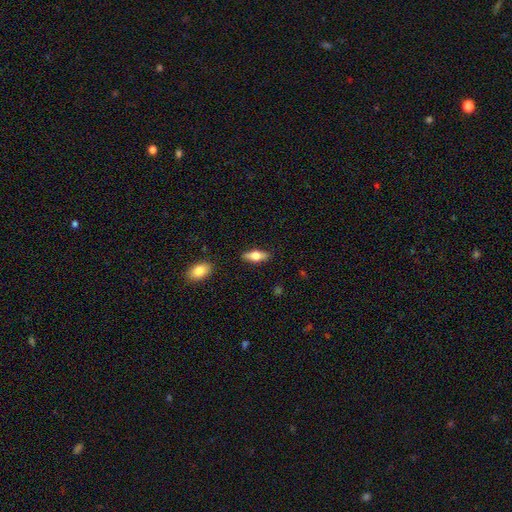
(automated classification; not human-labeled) Overall: smooth (57%; featured or disk 37%). How rounded: in between (67%; cigar-shaped 30%). Merging: none (88%).